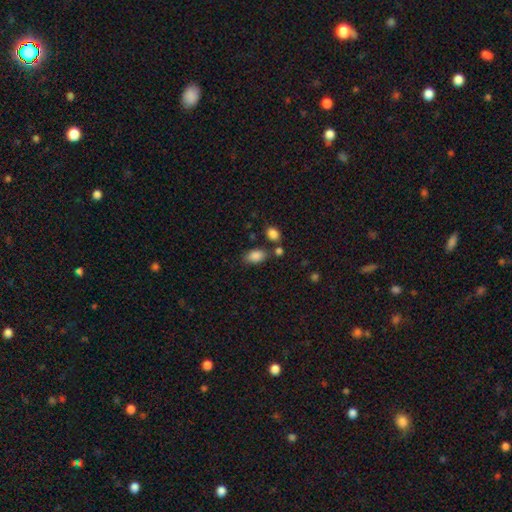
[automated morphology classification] The model was most divided on "merging": none: 70%, minor disturbance: 14%, merger: 12%, major disturbance: 4%. More confident: how rounded — in between (89%); smooth or featured — smooth (87%).